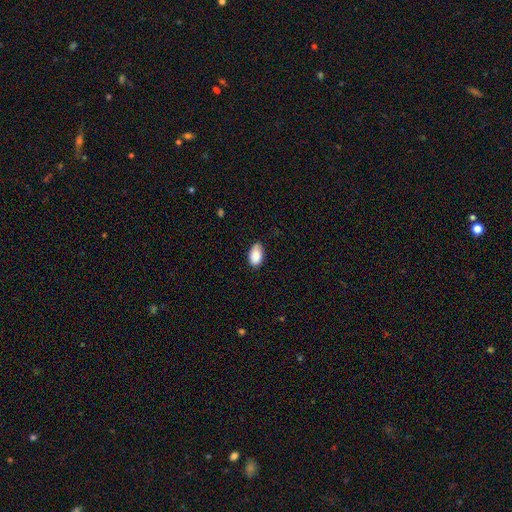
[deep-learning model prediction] Smooth or featured? Predicted: smooth (p=0.88). How rounded? Predicted: in between (p=0.94). Merging? Predicted: none (p=0.77).